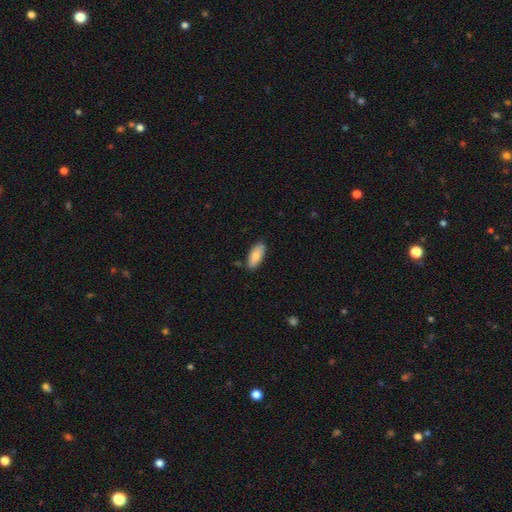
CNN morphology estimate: Smooth or featured? smooth (84%)
How rounded? in between (85%)
Merging? none (82%)